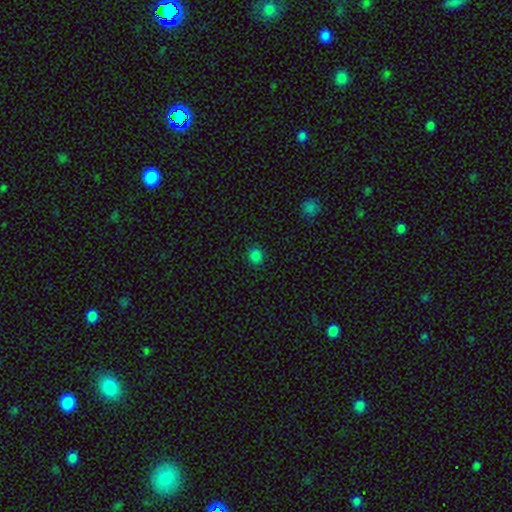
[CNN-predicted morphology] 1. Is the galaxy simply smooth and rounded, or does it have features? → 82% smooth, 15% star or artifact, 3% featured or disk.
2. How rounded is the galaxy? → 77% round, 22% in between, 1% cigar-shaped.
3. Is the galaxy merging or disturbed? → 89% none, 8% minor disturbance, 2% major disturbance, 1% merger.